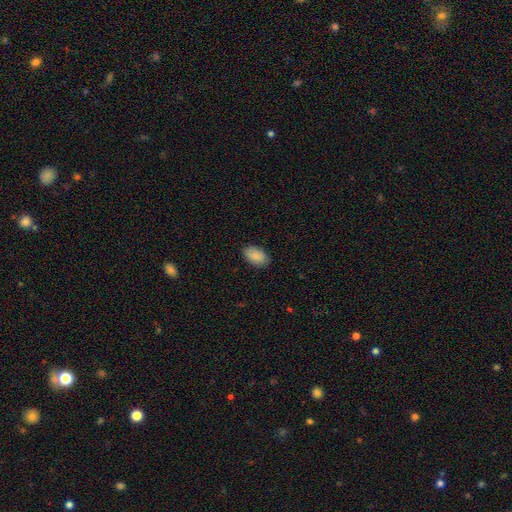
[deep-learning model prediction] smooth-or-featured: smooth: 89% | star or artifact: 7% | featured or disk: 4%
  how-rounded: in between: 93% | round: 6% | cigar-shaped: 1%
  merging: none: 85% | minor disturbance: 11% | major disturbance: 2% | merger: 1%